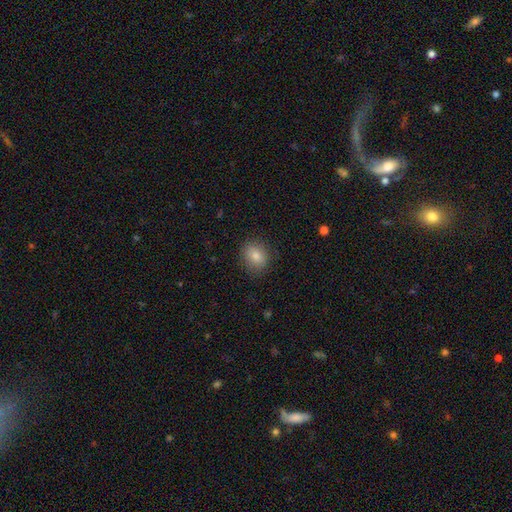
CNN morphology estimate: Q: Smooth or featured?
A: smooth (80%); runner-up: star or artifact (11%)
Q: How rounded?
A: round (66%); runner-up: in between (33%)
Q: Merging?
A: none (86%); runner-up: minor disturbance (10%)